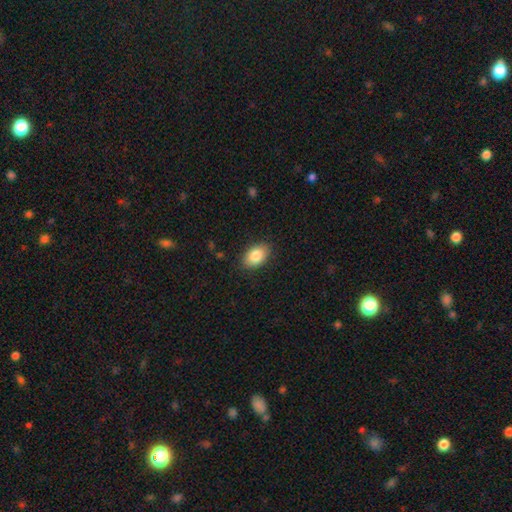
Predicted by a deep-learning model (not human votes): Smooth or featured? smooth (84%)
How rounded? in between (89%)
Merging? none (87%)